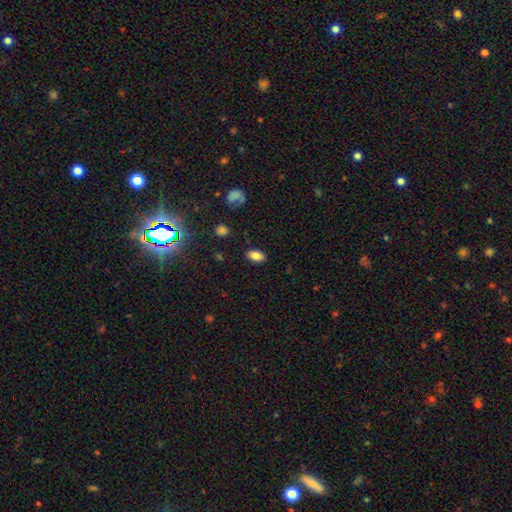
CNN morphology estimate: This appears to be a smooth galaxy with no disk features (83%) that is in between round and cigar-shaped (90%). Merging: none (86%).